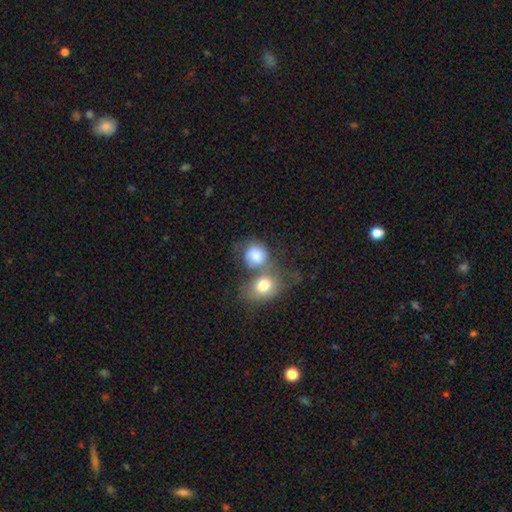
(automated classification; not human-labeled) A smooth galaxy with no disk features (77%) that is round (69%).

Vote fractions:
- Smooth or featured? smooth: 77% / featured or disk: 15% / star or artifact: 8%
- How rounded? round: 69% / in between: 30% / cigar-shaped: 1%
- Merging? merger: 51% / none: 28% / minor disturbance: 12% / major disturbance: 9%